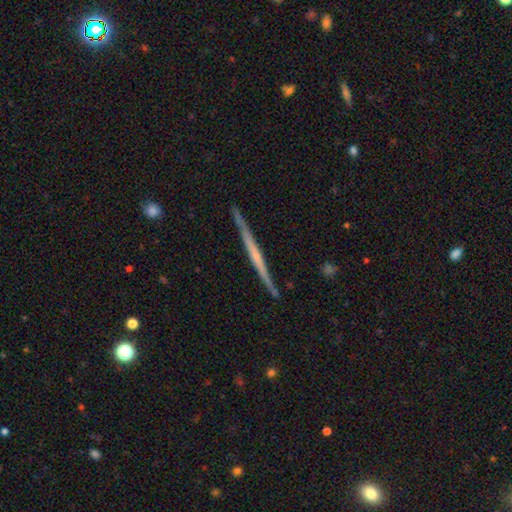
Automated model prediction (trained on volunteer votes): Morphology: type=featured or disk (73%); edge-on=yes (98%); edge-on bulge=none (64%); merging=none (90%).